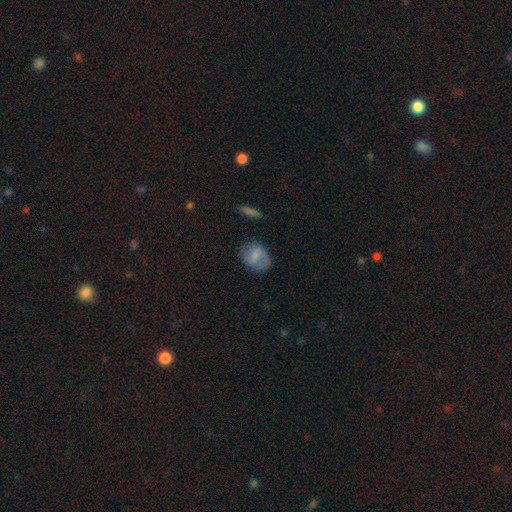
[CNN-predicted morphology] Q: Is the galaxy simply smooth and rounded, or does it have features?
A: smooth — 61%.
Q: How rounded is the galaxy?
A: in between — 62%.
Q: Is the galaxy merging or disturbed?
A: none — 68%.